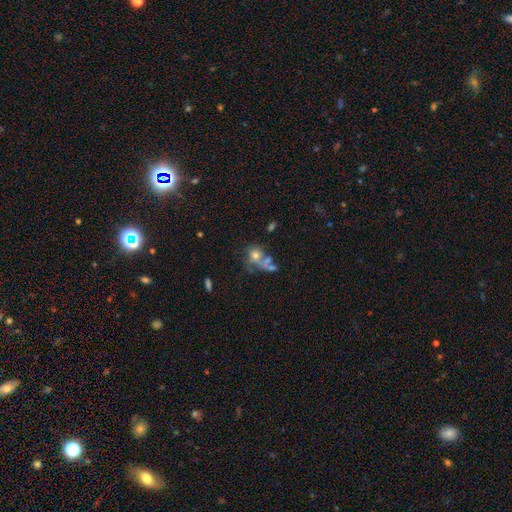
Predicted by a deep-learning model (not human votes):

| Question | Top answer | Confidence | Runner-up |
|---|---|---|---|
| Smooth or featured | smooth | 57% | featured or disk (29%) |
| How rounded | round | 60% | in between (37%) |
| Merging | merger | 39% | none (29%) |